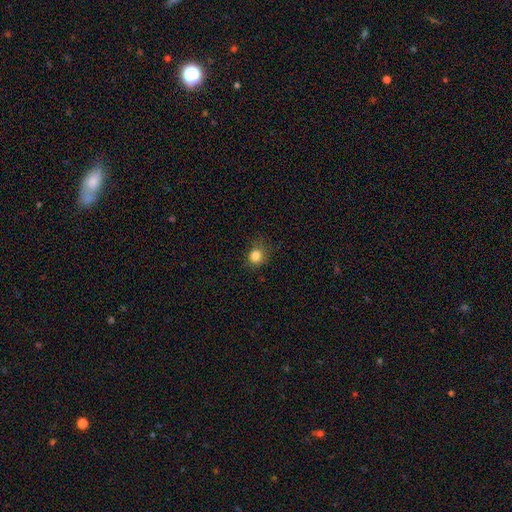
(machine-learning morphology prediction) Smooth or featured? smooth (83%)
How rounded? round (78%)
Merging? none (73%)